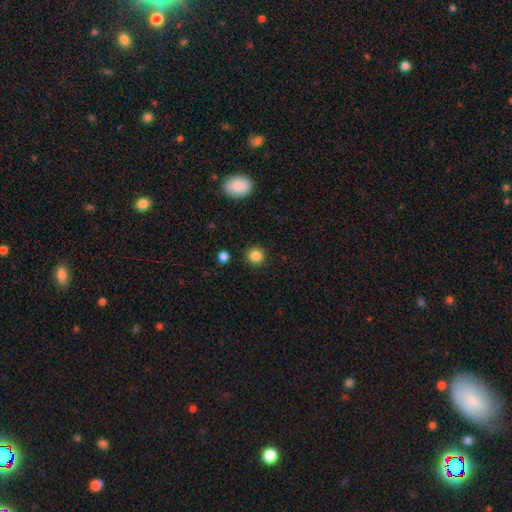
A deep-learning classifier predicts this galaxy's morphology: This appears to be a smooth galaxy with no disk features (86%) that is round (92%). Merging: none (90%).